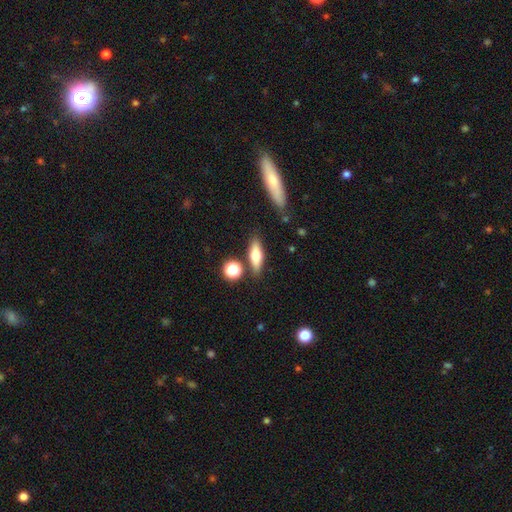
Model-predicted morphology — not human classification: Smooth or featured: smooth — 62% (featured or disk — 30%)
How rounded: in between — 49% (cigar-shaped — 47%)
Merging: none — 79% (minor disturbance — 11%)